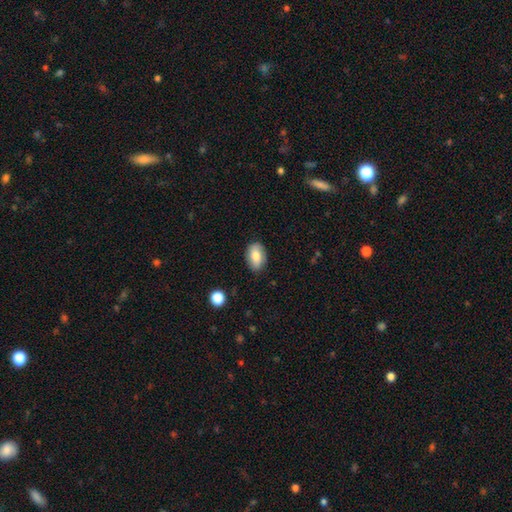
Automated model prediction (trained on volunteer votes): Overall: smooth (78%). How rounded: in between (87%). Merging: none (82%).